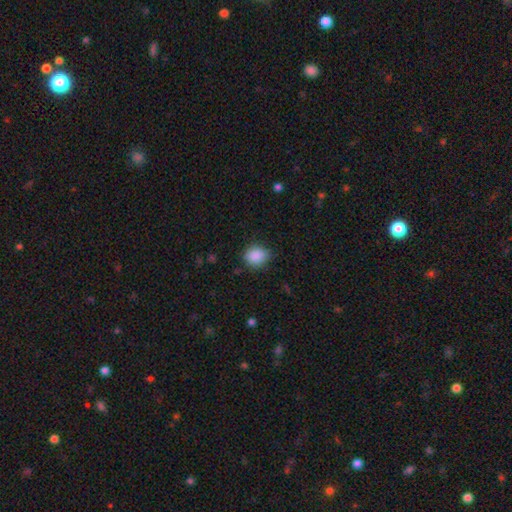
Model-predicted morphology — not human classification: This is clearly a smooth galaxy (88%). How rounded: possibly round (59%). Merging: likely none (79%).